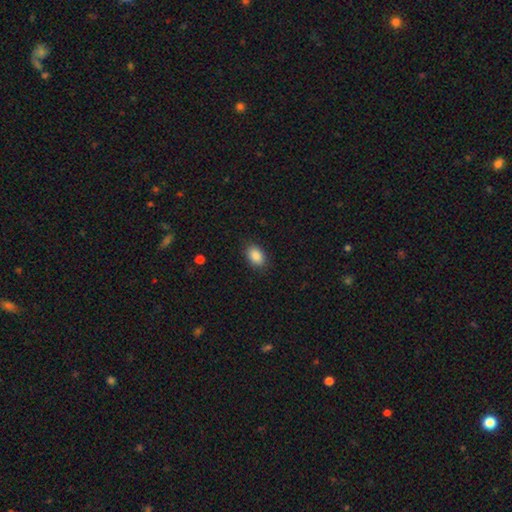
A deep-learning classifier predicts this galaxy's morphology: smooth-or-featured: smooth: 89% | star or artifact: 8% | featured or disk: 4%
  how-rounded: in between: 87% | round: 12% | cigar-shaped: 1%
  merging: none: 87% | minor disturbance: 10% | major disturbance: 3% | merger: 1%